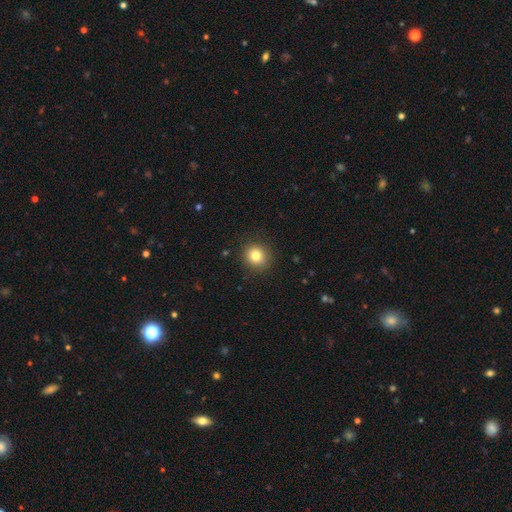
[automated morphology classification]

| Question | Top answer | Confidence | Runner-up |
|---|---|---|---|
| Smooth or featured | smooth | 82% | star or artifact (11%) |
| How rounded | round | 86% | in between (13%) |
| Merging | none | 89% | minor disturbance (7%) |